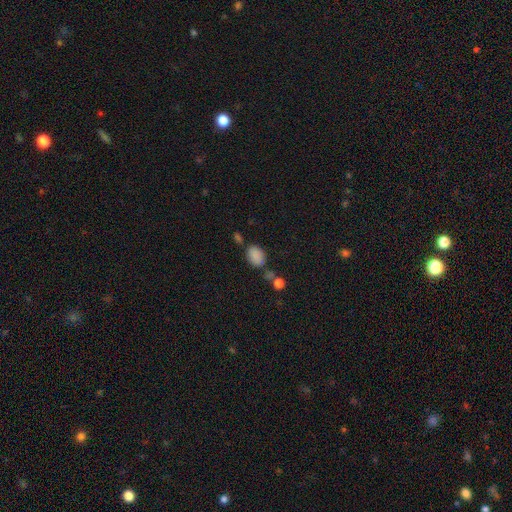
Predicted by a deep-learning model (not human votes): The model was most divided on "merging": none: 56%, minor disturbance: 21%, merger: 16%, major disturbance: 7%. More confident: smooth or featured — smooth (83%); how rounded — in between (73%).